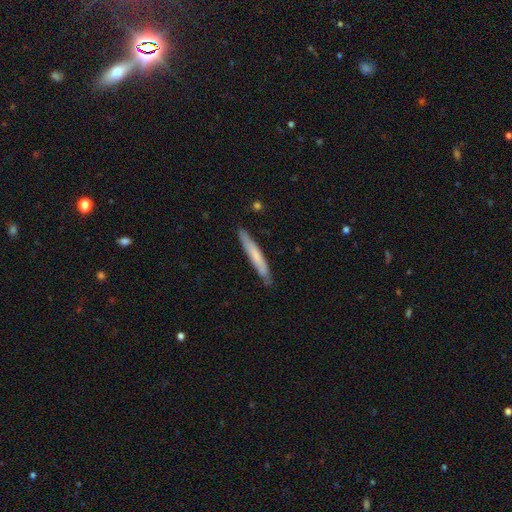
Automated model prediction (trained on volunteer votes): This is possibly a smooth galaxy (59%). How rounded: clearly cigar-shaped (95%). Merging: clearly none (84%).